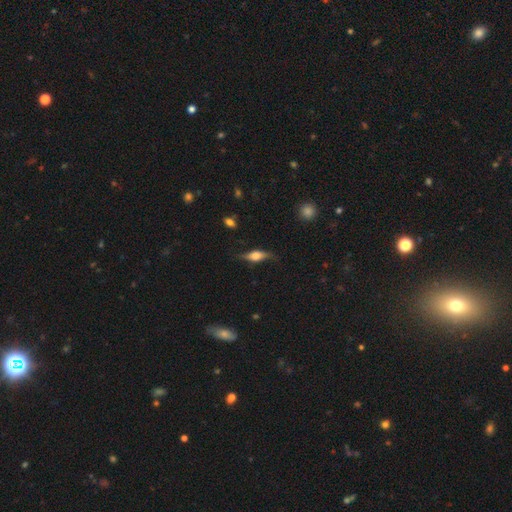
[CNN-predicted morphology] This appears to be a featured or disk galaxy (57%) viewed edge-on (81%). Merging: none (68%).